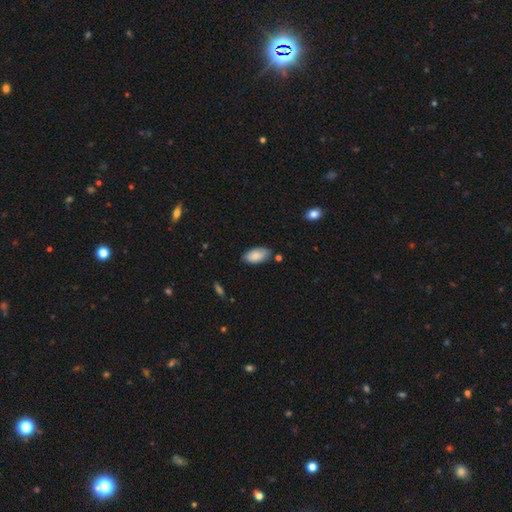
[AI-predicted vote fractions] A smooth galaxy with no disk features (85%) that is in between round and cigar-shaped (95%). Merging: none (76%).